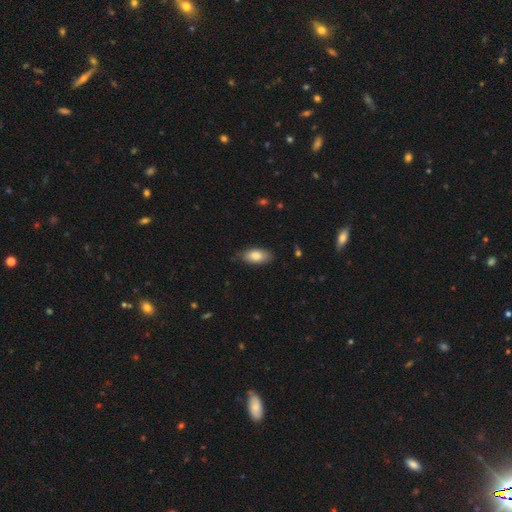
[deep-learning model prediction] Smooth or featured? Predicted: smooth (p=0.83). How rounded? Predicted: in between (p=0.92). Merging? Predicted: none (p=0.80).